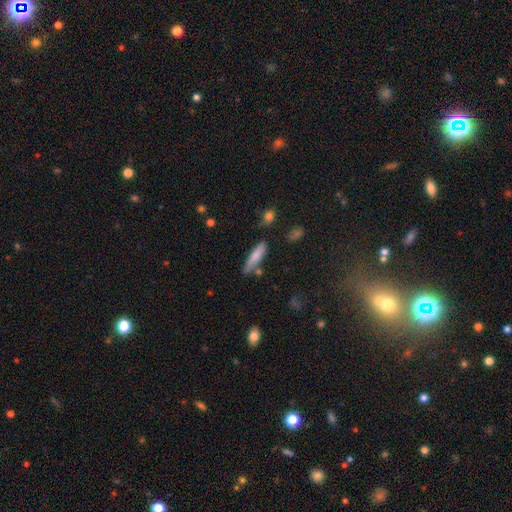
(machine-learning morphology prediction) A smooth galaxy with no disk features (76%) that is cigar-shaped (74%). Merging: none (70%).